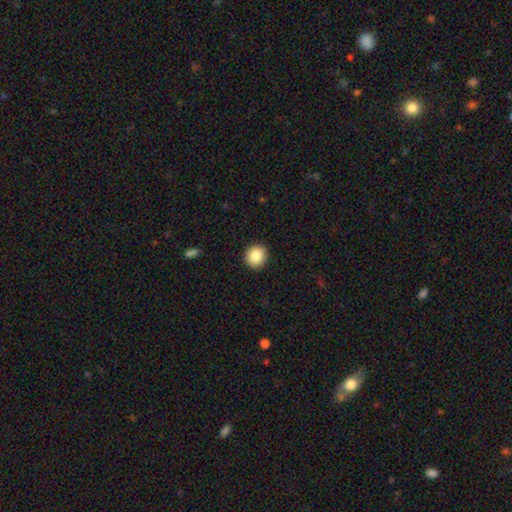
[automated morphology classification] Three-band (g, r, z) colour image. It shows a smooth galaxy with no disk features (86%) that is round (84%). Merging: none (91%).